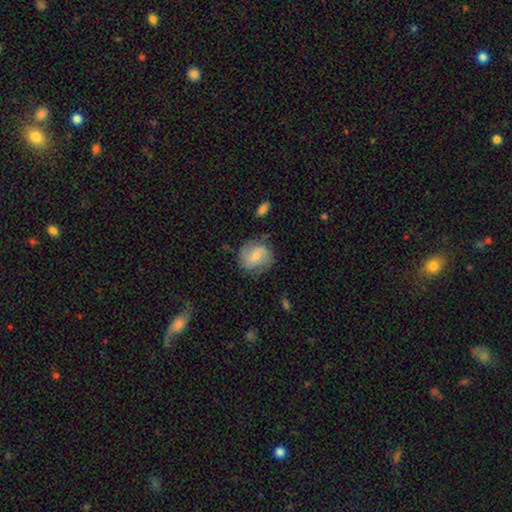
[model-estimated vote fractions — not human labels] smooth-or-featured: smooth: 49% | featured or disk: 44% | star or artifact: 7%
  merging: none: 70% | minor disturbance: 20% | major disturbance: 7% | merger: 3%